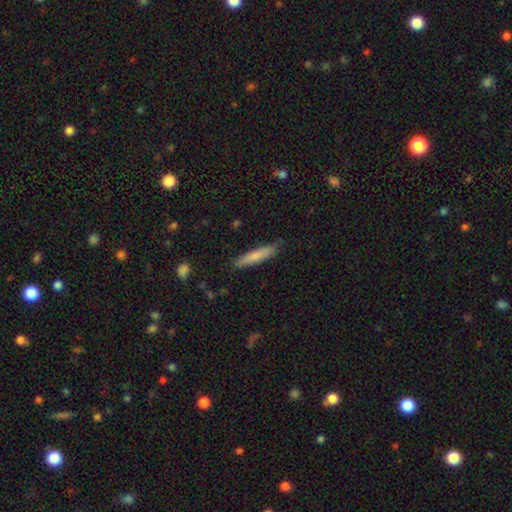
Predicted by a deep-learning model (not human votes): The model was most divided on "smooth or featured": smooth: 75%, featured or disk: 19%, star or artifact: 6%. More confident: how rounded — cigar-shaped (90%); merging — none (84%).